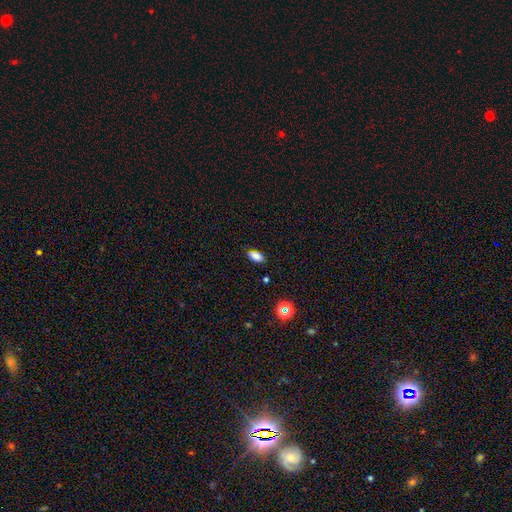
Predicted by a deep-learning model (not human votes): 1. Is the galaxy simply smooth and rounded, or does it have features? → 82% smooth, 12% star or artifact, 6% featured or disk.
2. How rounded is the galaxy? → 87% in between, 8% cigar-shaped, 5% round.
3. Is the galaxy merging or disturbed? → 82% none, 13% minor disturbance, 3% major disturbance, 2% merger.